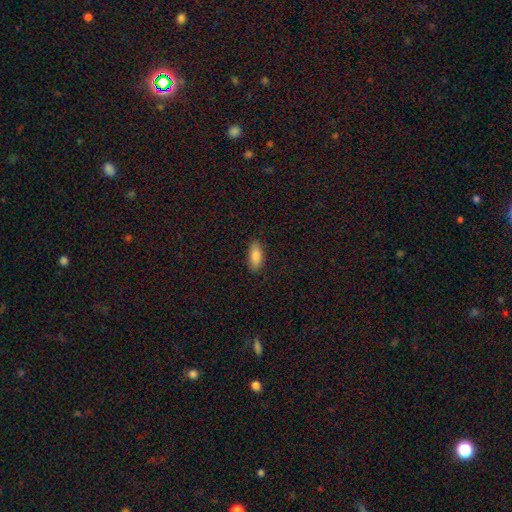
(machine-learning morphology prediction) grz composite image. It shows a smooth galaxy with no disk features (87%) that is in between round and cigar-shaped (85%). Merging: none (87%).